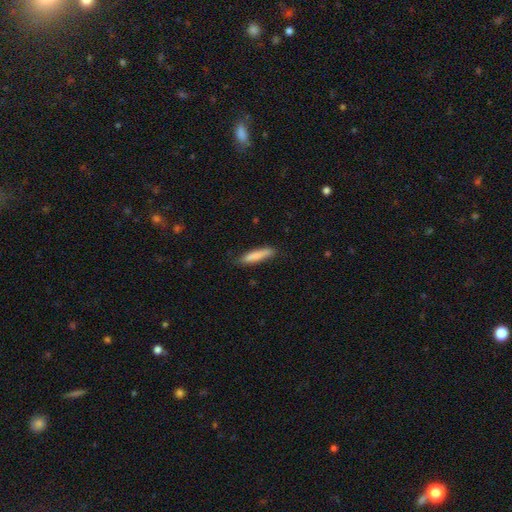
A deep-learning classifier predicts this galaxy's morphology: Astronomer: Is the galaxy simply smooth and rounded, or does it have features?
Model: smooth — 84%.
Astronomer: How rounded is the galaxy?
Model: cigar-shaped — 83%.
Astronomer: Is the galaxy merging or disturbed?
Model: none — 81%.